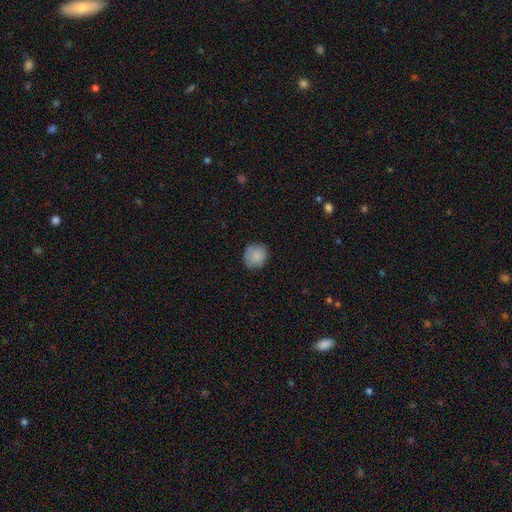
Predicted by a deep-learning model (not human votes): This appears to be a smooth galaxy with no disk features (86%) that is round (87%). Merging: none (82%).